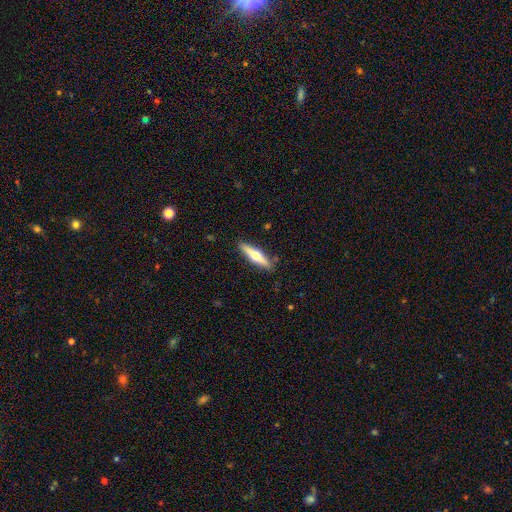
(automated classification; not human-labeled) A featured or disk galaxy (56%) viewed edge-on (94%) with a rounded central bulge (95%).

Vote fractions:
- Smooth or featured? featured or disk: 56% / smooth: 38% / star or artifact: 5%
- Edge-on disk? yes: 94% / no: 6%
- Edge-on bulge? rounded: 95% / none: 3% / boxy: 2%
- Merging? none: 88% / minor disturbance: 8% / major disturbance: 2% / merger: 1%